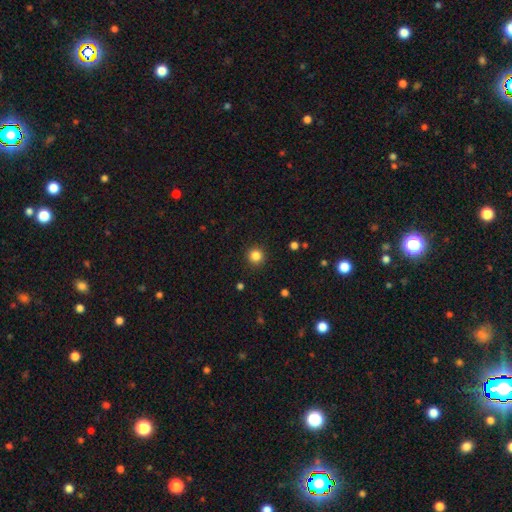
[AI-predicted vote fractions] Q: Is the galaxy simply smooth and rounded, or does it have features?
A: smooth — 84%.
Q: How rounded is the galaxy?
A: round — 95%.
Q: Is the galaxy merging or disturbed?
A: none — 92%.